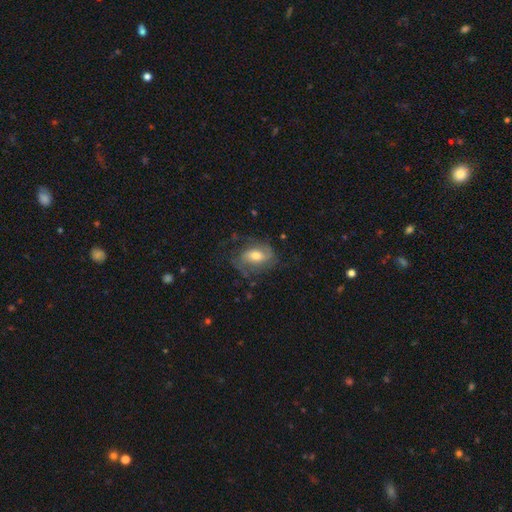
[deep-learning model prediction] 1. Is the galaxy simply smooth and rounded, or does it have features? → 59% featured or disk, 33% smooth, 8% star or artifact.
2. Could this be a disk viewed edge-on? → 94% no, 6% yes.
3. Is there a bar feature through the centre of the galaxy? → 43% no, 41% weak, 16% strong.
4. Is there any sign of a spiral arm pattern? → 83% yes, 17% no.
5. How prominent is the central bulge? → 61% moderate, 18% large, 16% small, 2% none, 2% dominant.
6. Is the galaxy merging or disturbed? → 59% none, 23% minor disturbance, 16% major disturbance, 2% merger.